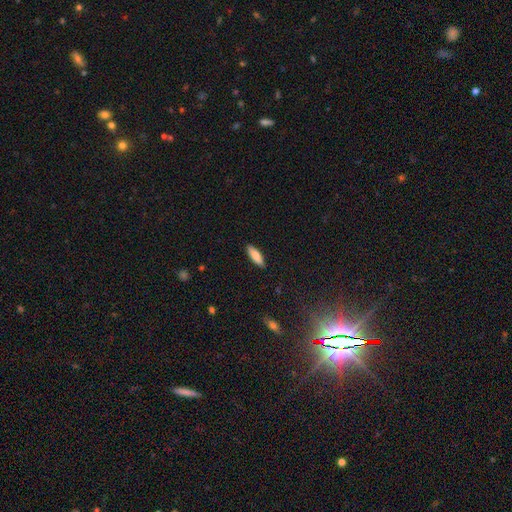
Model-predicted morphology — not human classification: smooth_or_featured: smooth (p=0.81) [alt: featured or disk p=0.13]
how_rounded: in between (p=0.54) [alt: cigar-shaped p=0.44]
merging: none (p=0.89) [alt: minor disturbance p=0.09]